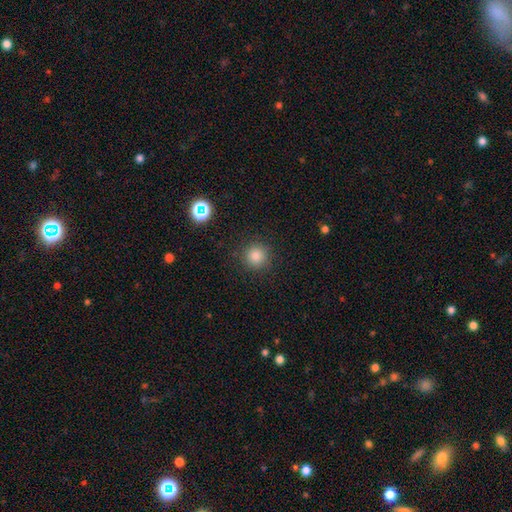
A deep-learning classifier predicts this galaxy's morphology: Smooth or featured?
  - smooth: 81% *
  - star or artifact: 14%
  - featured or disk: 5%
How rounded?
  - round: 94% *
  - in between: 5%
  - cigar-shaped: 1%
Merging?
  - none: 88% *
  - minor disturbance: 7%
  - major disturbance: 3%
  - merger: 1%